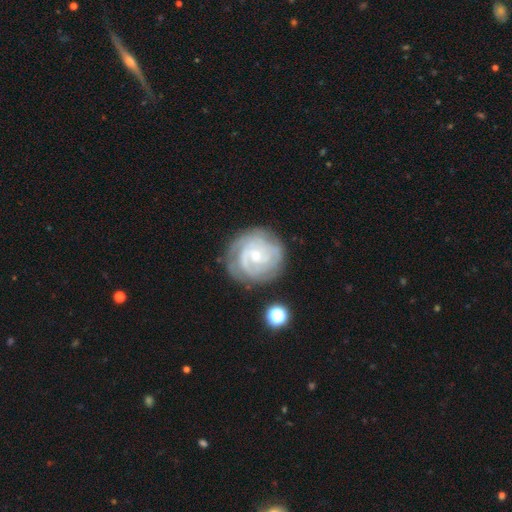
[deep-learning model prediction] smooth-or-featured: featured or disk: 83% | smooth: 11% | star or artifact: 6%
  disk-edge-on: no: 98% | yes: 2%
    bar: no: 64% | weak: 31% | strong: 5%
    has-spiral-arms: yes: 95% | no: 5%
      spiral-winding: tight: 70% | medium: 24% | loose: 5%
      spiral-arm-count: can't tell: 31% | 2: 26% | 3: 24% | 4: 8% | 1: 6% | more than 4: 5%
    bulge-size: small: 68% | moderate: 28% | none: 2% | large: 2% | dominant: 1%
  merging: none: 73% | minor disturbance: 17% | major disturbance: 8% | merger: 2%